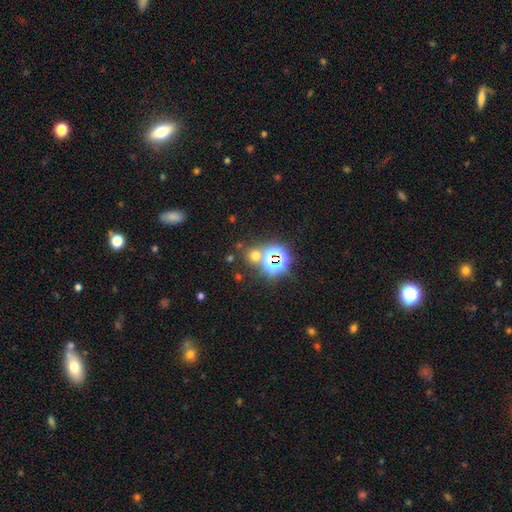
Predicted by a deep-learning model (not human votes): Overall: smooth (48%; star or artifact 44%). Merging: none (71%).